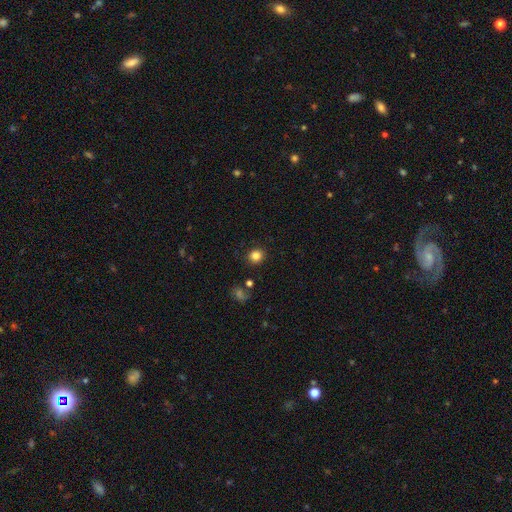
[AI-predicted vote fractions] Smooth or featured: smooth — 84% (star or artifact — 12%)
How rounded: round — 87% (in between — 12%)
Merging: none — 89% (minor disturbance — 7%)